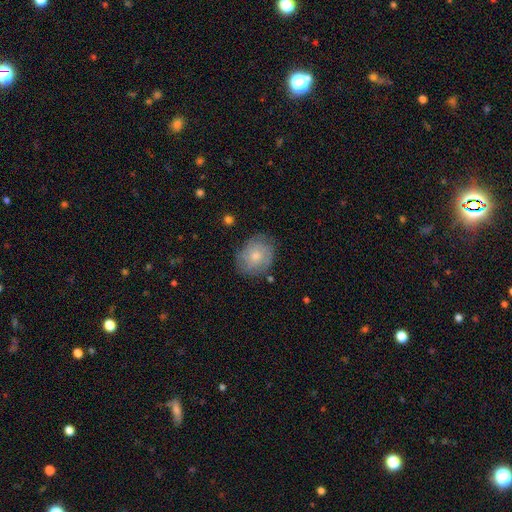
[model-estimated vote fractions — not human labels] Overall: smooth (53%; featured or disk 39%). How rounded: round (54%; in between 45%). Merging: none (73%).